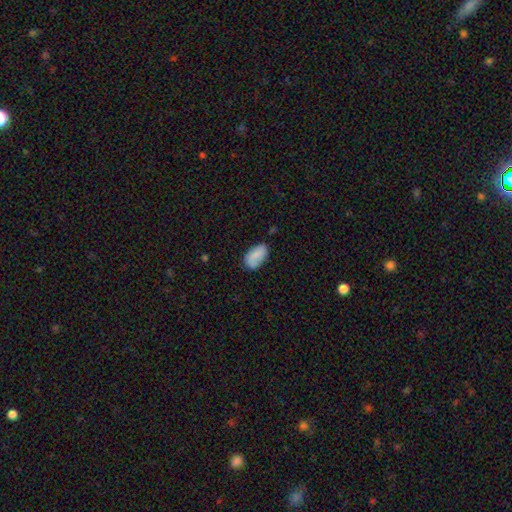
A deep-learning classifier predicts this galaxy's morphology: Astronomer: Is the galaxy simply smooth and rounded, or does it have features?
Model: smooth — 76%.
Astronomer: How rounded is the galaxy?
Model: in between — 93%.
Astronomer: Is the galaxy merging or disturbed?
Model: none — 71%.